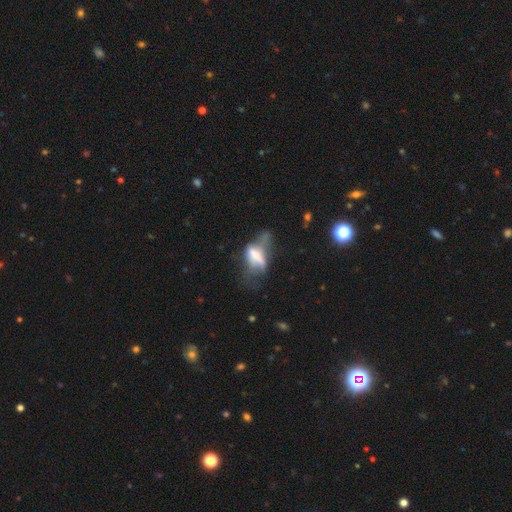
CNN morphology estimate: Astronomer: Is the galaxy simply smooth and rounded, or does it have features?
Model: featured or disk — 46% (runner-up: smooth, 42%).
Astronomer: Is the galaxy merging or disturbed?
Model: major disturbance — 46% (runner-up: none, 22%).